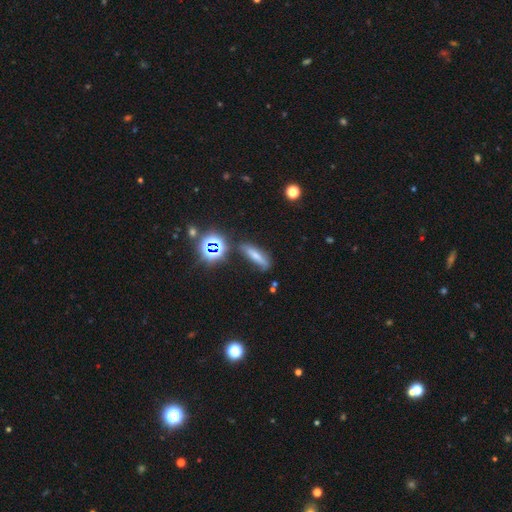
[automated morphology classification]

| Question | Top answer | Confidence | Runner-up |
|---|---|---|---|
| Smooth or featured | smooth | 54% | star or artifact (24%) |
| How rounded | cigar-shaped | 64% | in between (27%) |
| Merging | none | 73% | minor disturbance (17%) |